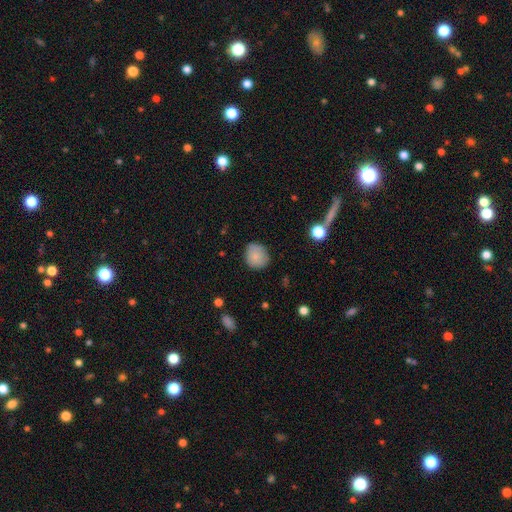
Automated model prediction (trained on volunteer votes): Q: Smooth or featured?
A: smooth (83%); runner-up: star or artifact (9%)
Q: How rounded?
A: round (80%); runner-up: in between (19%)
Q: Merging?
A: none (80%); runner-up: minor disturbance (16%)